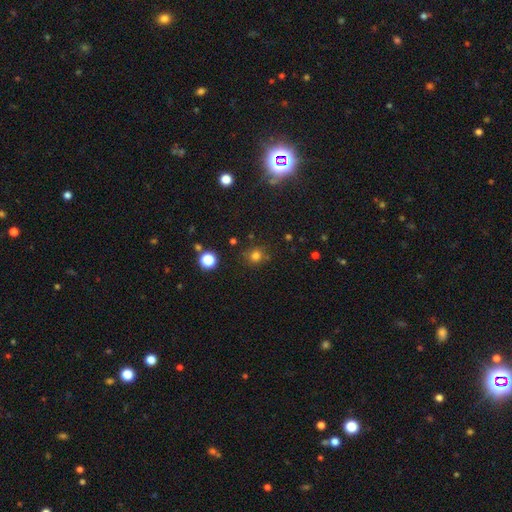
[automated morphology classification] Smooth or featured: smooth — 76% (star or artifact — 18%)
How rounded: round — 87% (in between — 13%)
Merging: none — 82% (minor disturbance — 11%)